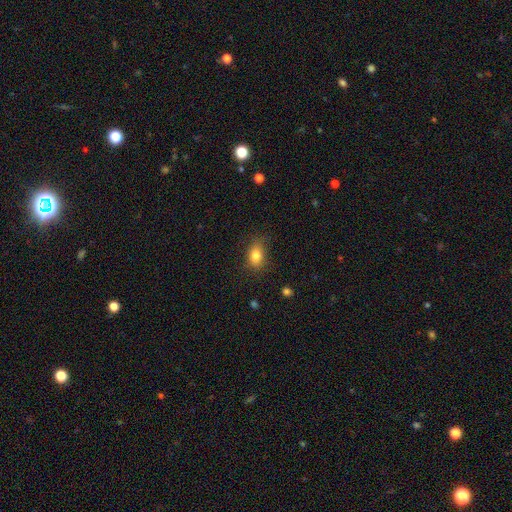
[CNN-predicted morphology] A smooth galaxy with no disk features (82%) that is in between round and cigar-shaped (77%). Merging: none (76%).